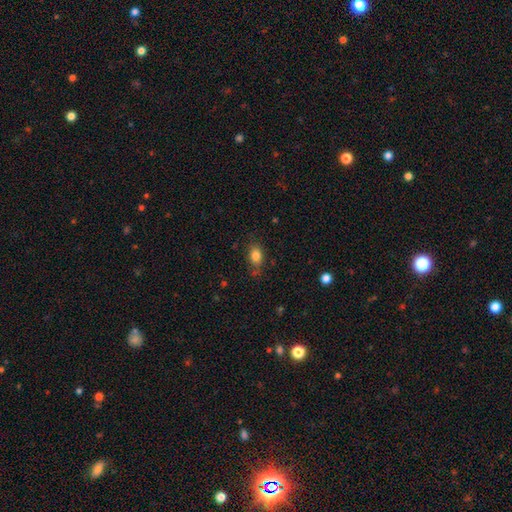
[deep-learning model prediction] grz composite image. It shows a smooth galaxy with no disk features (83%) that is in between round and cigar-shaped (77%). Merging: none (73%).